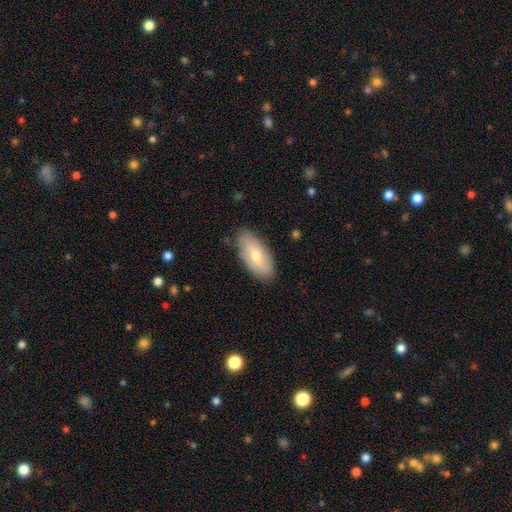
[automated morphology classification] smooth 62%, featured or disk 31%, star or artifact 6%. Down the decision tree: how rounded — in between (90%); merging — none (82%).